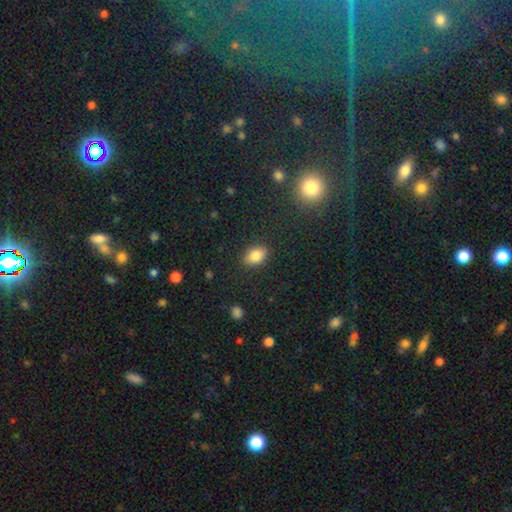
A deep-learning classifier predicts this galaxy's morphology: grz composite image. It shows a smooth galaxy with no disk features (83%) that is in between round and cigar-shaped (82%). Merging: none (86%).